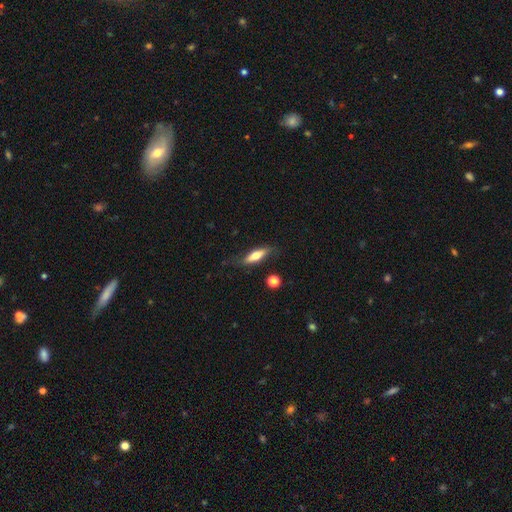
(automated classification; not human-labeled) smooth_or_featured: smooth (p=0.60) [alt: featured or disk p=0.33]
how_rounded: cigar-shaped (p=0.56) [alt: in between p=0.41]
merging: none (p=0.73) [alt: minor disturbance p=0.19]